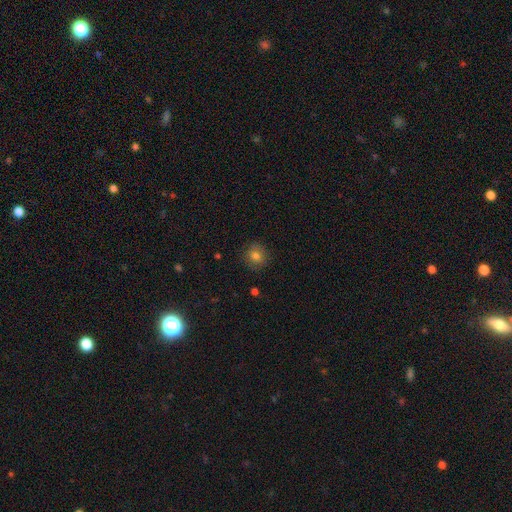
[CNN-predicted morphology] Smooth or featured? smooth (80%)
How rounded? round (84%)
Merging? none (86%)